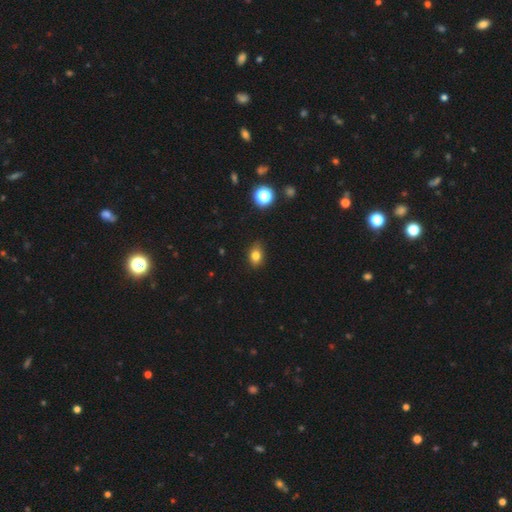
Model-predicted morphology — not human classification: Smooth or featured? Predicted: smooth (p=0.80). How rounded? Predicted: in between (p=0.68). Merging? Predicted: none (p=0.84).